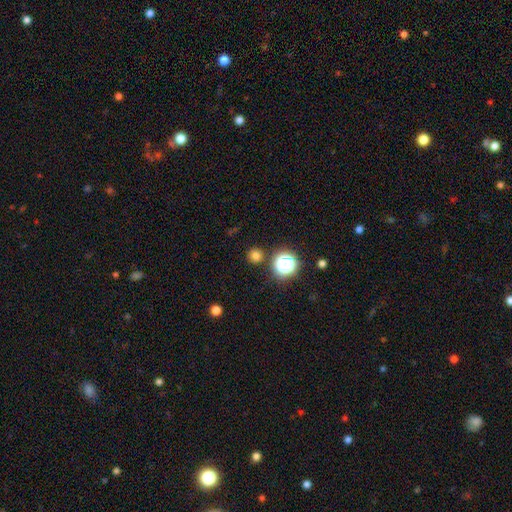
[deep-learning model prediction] Overall: smooth (73%). How rounded: round (94%). Merging: none (88%).